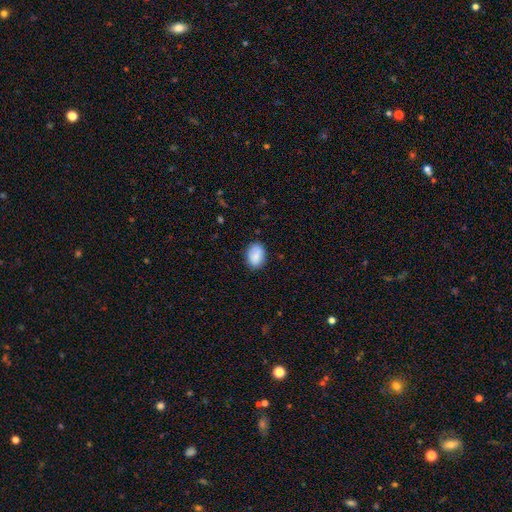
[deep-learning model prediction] Smooth or featured: smooth — 86% (star or artifact — 7%)
How rounded: in between — 74% (round — 25%)
Merging: none — 80% (minor disturbance — 15%)